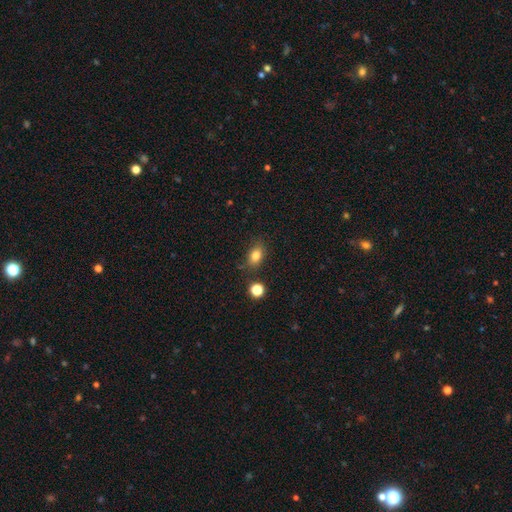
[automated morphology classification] This is clearly a smooth galaxy (81%). How rounded: likely in between (73%). Merging: likely none (76%).